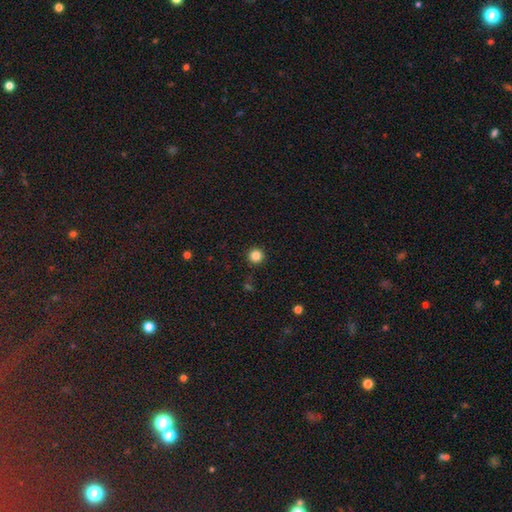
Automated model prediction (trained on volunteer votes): Smooth or featured: smooth — 84% (star or artifact — 12%)
How rounded: round — 96% (in between — 3%)
Merging: none — 92% (minor disturbance — 5%)